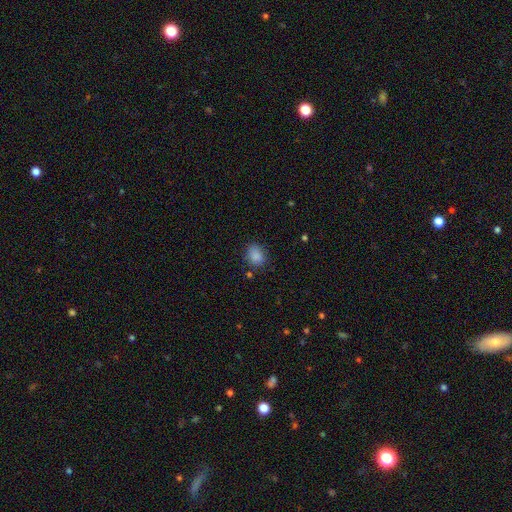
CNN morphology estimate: This appears to be a smooth galaxy with no disk features (86%) that is in between round and cigar-shaped (55%). Merging: none (78%).